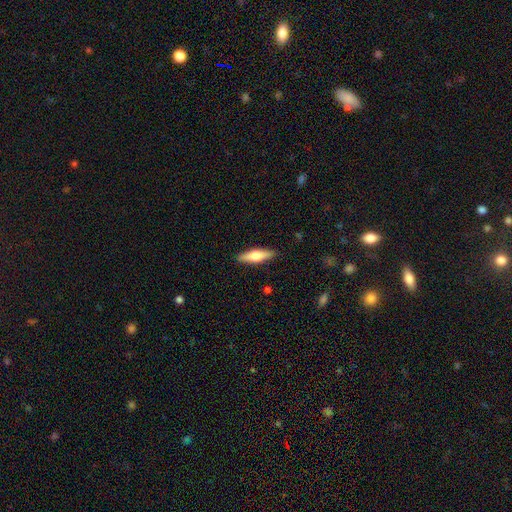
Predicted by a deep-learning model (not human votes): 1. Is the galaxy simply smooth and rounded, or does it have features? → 49% smooth, 45% featured or disk, 6% star or artifact.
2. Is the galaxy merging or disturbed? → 89% none, 8% minor disturbance, 2% major disturbance, 1% merger.